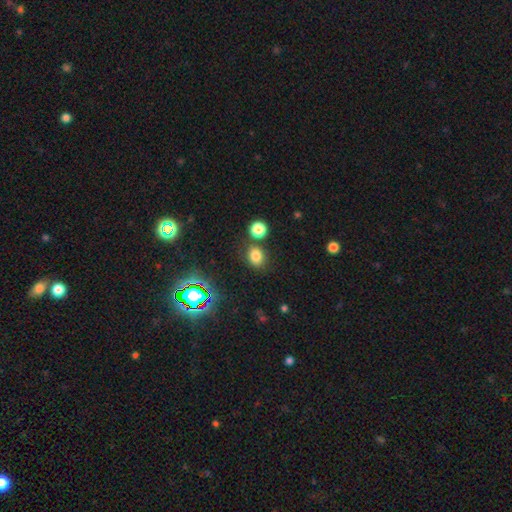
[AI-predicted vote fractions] A smooth galaxy with no disk features (77%) that is round (54%).

Vote fractions:
- Smooth or featured? smooth: 77% / star or artifact: 17% / featured or disk: 6%
- How rounded? round: 54% / in between: 45% / cigar-shaped: 1%
- Merging? none: 75% / merger: 11% / minor disturbance: 11% / major disturbance: 3%